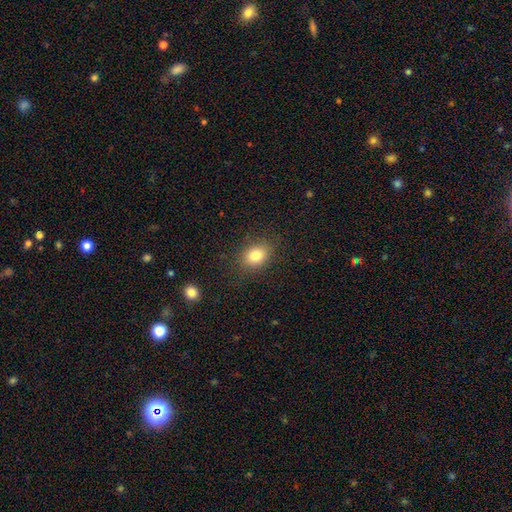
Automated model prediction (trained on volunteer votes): smooth-or-featured: smooth: 81% | star or artifact: 11% | featured or disk: 9%
  how-rounded: in between: 59% | round: 40% | cigar-shaped: 1%
  merging: none: 85% | minor disturbance: 10% | major disturbance: 4% | merger: 1%